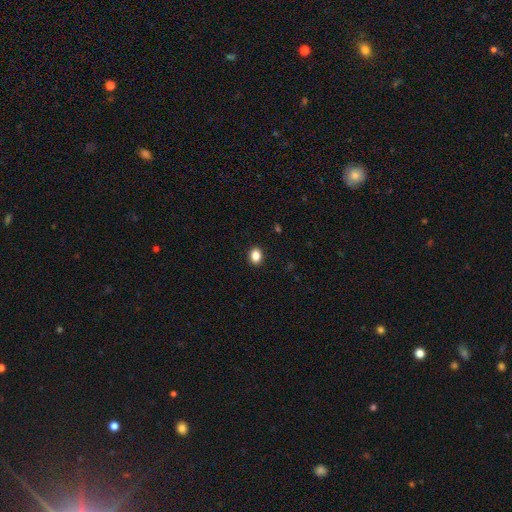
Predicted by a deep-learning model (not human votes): Morphology: type=smooth (86%); roundness=in between (58%); merging=none (91%).